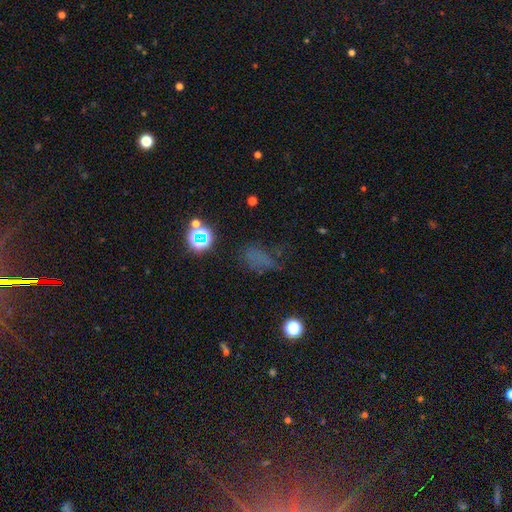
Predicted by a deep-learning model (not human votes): Overall: star or artifact (43%; smooth 42%).